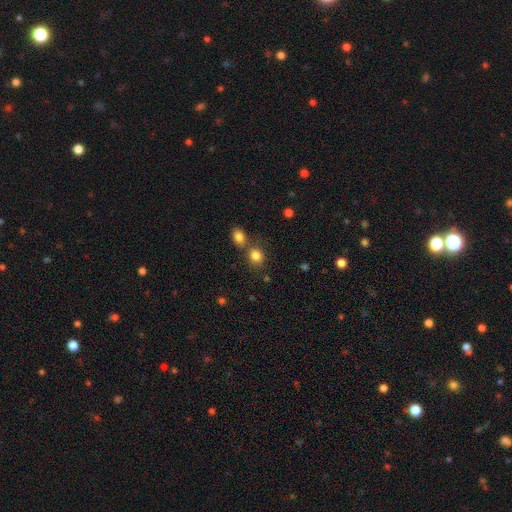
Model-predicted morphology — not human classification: Overall: smooth (82%). How rounded: round (70%). Merging: none (59%; merger 29%).